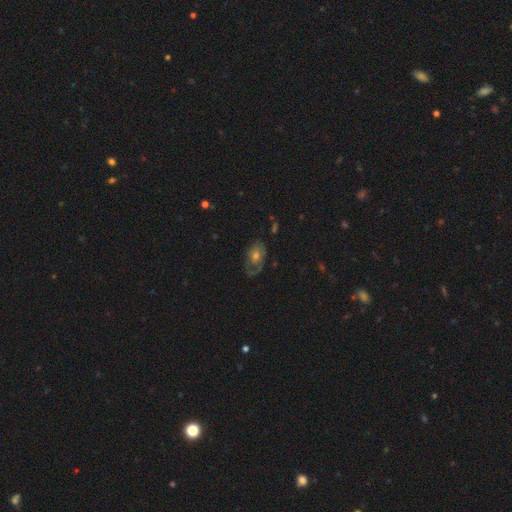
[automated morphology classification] Smooth or featured? featured or disk (58%)
Edge-on disk? no (93%)
Bar? no (82%)
Spiral arms? yes (66%)
Bulge size? moderate (59%)
Merging? none (62%)